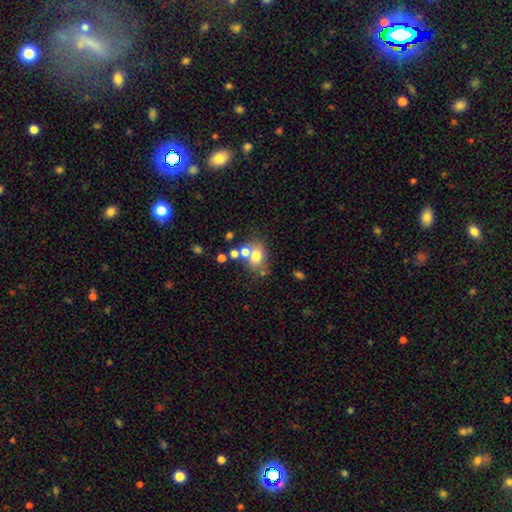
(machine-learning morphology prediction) Q: Smooth or featured?
A: smooth (70%); runner-up: featured or disk (18%)
Q: How rounded?
A: in between (54%); runner-up: round (45%)
Q: Merging?
A: none (51%); runner-up: merger (30%)